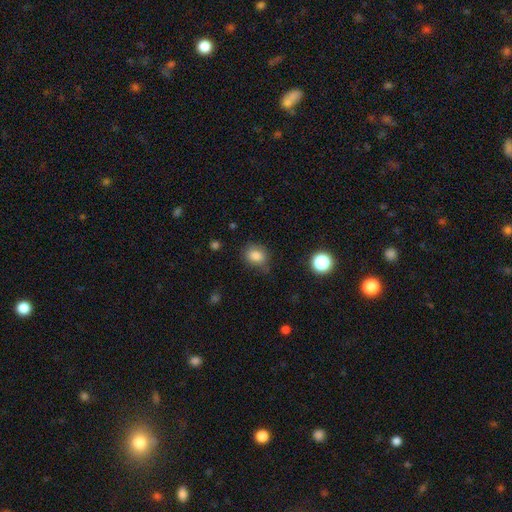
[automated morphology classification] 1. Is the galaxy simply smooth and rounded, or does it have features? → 83% smooth, 11% star or artifact, 6% featured or disk.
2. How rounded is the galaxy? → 51% round, 48% in between, 1% cigar-shaped.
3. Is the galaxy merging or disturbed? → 71% none, 21% minor disturbance, 5% major disturbance, 3% merger.